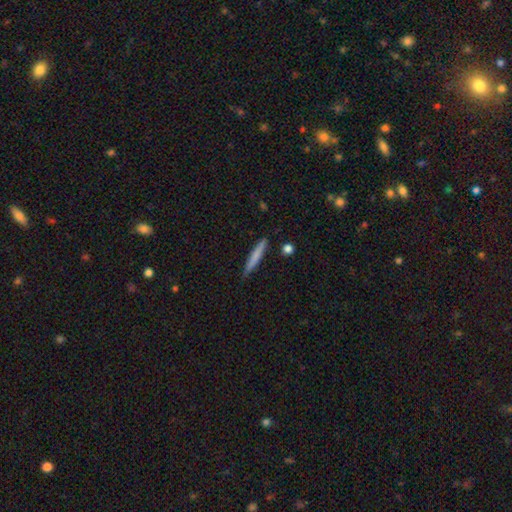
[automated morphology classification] Q: Smooth or featured?
A: smooth (74%); runner-up: featured or disk (20%)
Q: How rounded?
A: cigar-shaped (95%); runner-up: in between (4%)
Q: Merging?
A: none (86%); runner-up: minor disturbance (10%)